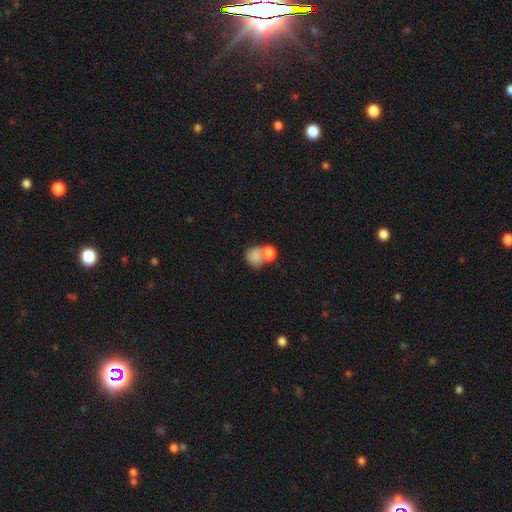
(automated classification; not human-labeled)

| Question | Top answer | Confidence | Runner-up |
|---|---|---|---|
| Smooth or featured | smooth | 78% | featured or disk (11%) |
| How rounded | round | 67% | in between (32%) |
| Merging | merger | 47% | none (32%) |